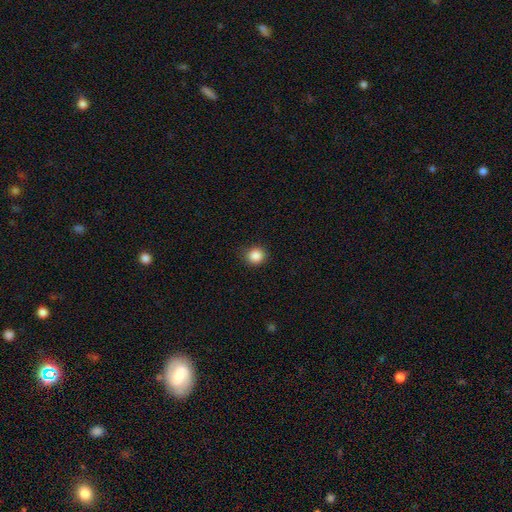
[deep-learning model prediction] smooth-or-featured: smooth: 87% | star or artifact: 10% | featured or disk: 3%
  how-rounded: round: 87% | in between: 12% | cigar-shaped: 1%
  merging: none: 87% | minor disturbance: 9% | major disturbance: 2% | merger: 1%